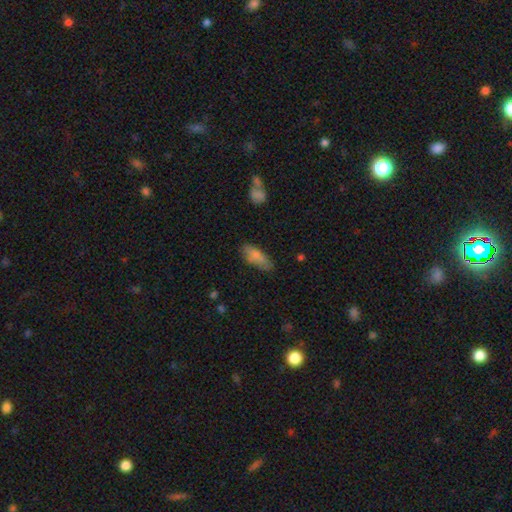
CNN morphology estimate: The model was most divided on "how rounded": in between: 68%, cigar-shaped: 30%, round: 2%. More confident: smooth or featured — smooth (81%); merging — none (67%).